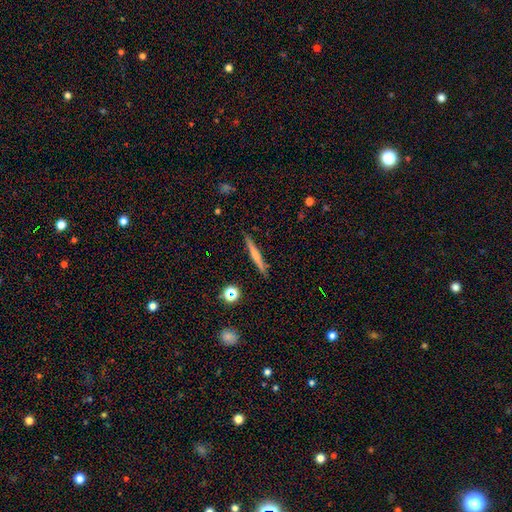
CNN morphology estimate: This is possibly a smooth galaxy (52%). How rounded: clearly cigar-shaped (95%). Merging: clearly none (90%).